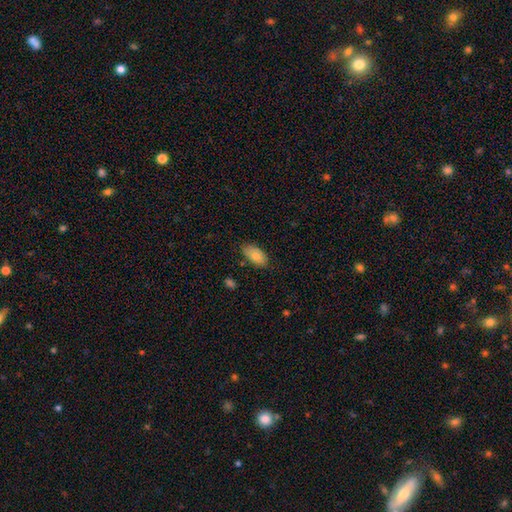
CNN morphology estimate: smooth_or_featured: smooth (p=0.77) [alt: featured or disk p=0.16]
how_rounded: in between (p=0.94) [alt: round p=0.04]
merging: none (p=0.75) [alt: minor disturbance p=0.21]